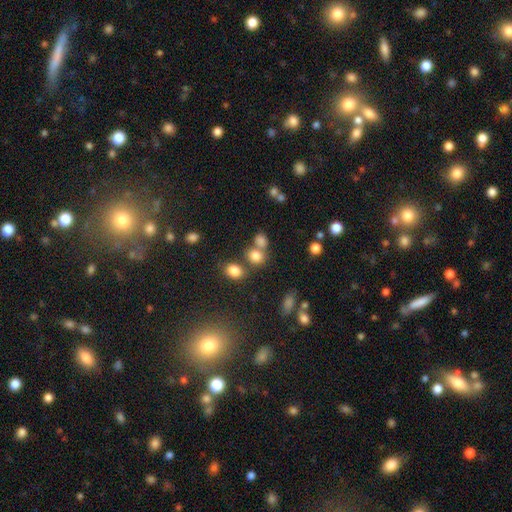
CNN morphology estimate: A smooth galaxy with no disk features (77%) that is round (65%).

Vote fractions:
- Smooth or featured? smooth: 77% / star or artifact: 15% / featured or disk: 8%
- How rounded? round: 65% / in between: 33% / cigar-shaped: 1%
- Merging? none: 47% / merger: 38% / minor disturbance: 10% / major disturbance: 5%